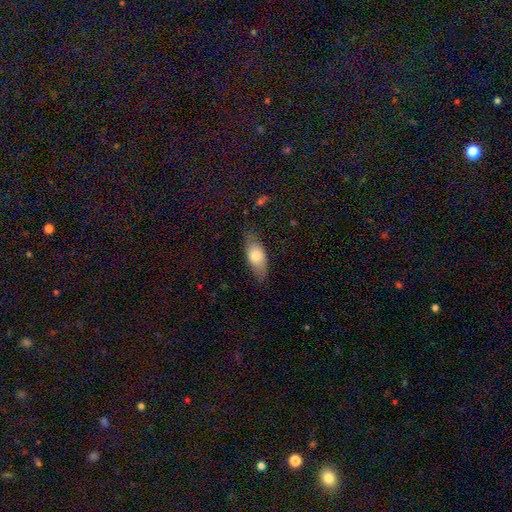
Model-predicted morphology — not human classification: A smooth galaxy with no disk features (74%) that is in between round and cigar-shaped (81%).

Vote fractions:
- Smooth or featured? smooth: 74% / featured or disk: 20% / star or artifact: 7%
- How rounded? in between: 81% / cigar-shaped: 15% / round: 4%
- Merging? none: 71% / minor disturbance: 21% / major disturbance: 6% / merger: 1%